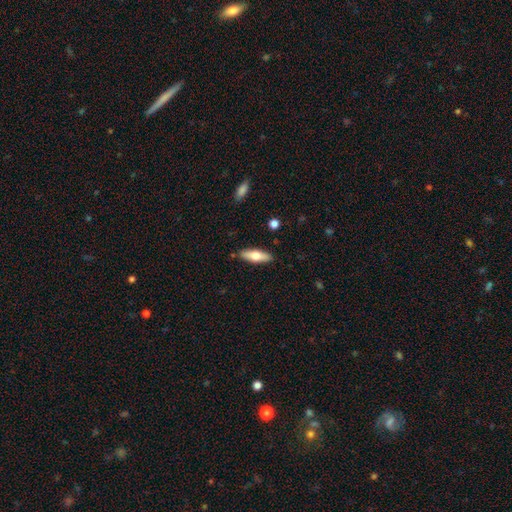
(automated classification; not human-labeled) A smooth galaxy with no disk features (64%) that is in between round and cigar-shaped (54%). Merging: none (87%).